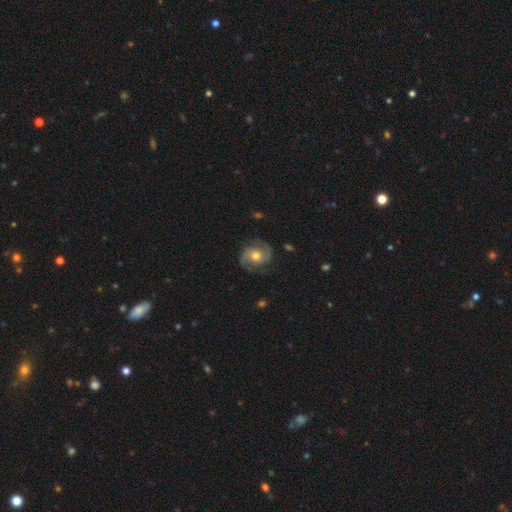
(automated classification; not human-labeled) smooth_or_featured: featured or disk (p=0.84) [alt: smooth p=0.10]
disk_edge_on: no (p=0.98) [alt: yes p=0.02]
bar: no (p=0.67) [alt: weak p=0.26]
has_spiral_arms: yes (p=0.96) [alt: no p=0.04]
spiral_winding: medium (p=0.52) [alt: tight p=0.30]
spiral_arm_count: 2 (p=0.89) [alt: can't tell p=0.03]
bulge_size: moderate (p=0.72) [alt: small p=0.18]
merging: none (p=0.80) [alt: minor disturbance p=0.14]